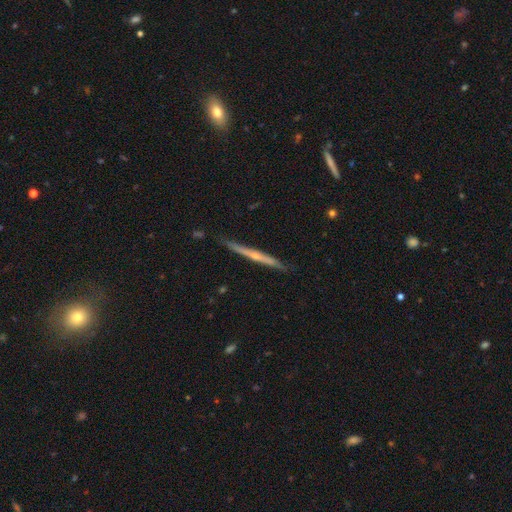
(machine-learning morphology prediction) Q: Smooth or featured?
A: featured or disk (71%); runner-up: smooth (24%)
Q: Edge-on disk?
A: yes (97%); runner-up: no (3%)
Q: Edge-on bulge?
A: rounded (60%); runner-up: none (36%)
Q: Merging?
A: none (86%); runner-up: minor disturbance (11%)